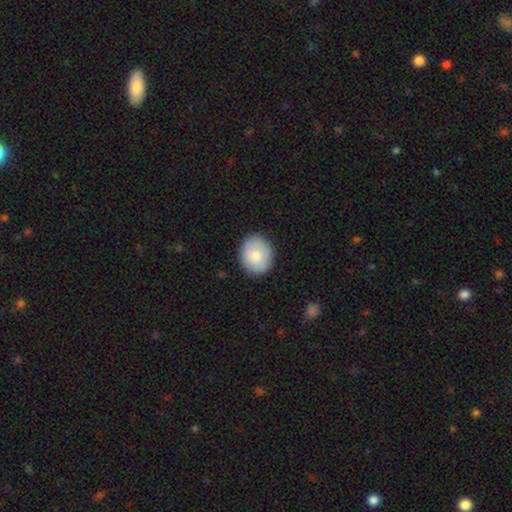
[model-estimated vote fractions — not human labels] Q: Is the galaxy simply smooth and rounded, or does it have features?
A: smooth — 81%.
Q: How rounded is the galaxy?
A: round — 70%.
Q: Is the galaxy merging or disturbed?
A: none — 85%.